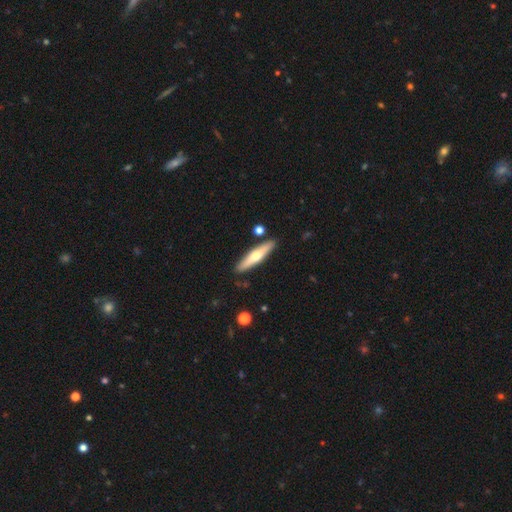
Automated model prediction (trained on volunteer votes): smooth-or-featured: smooth: 48% | featured or disk: 47% | star or artifact: 5%
  merging: none: 87% | minor disturbance: 8% | merger: 3% | major disturbance: 2%